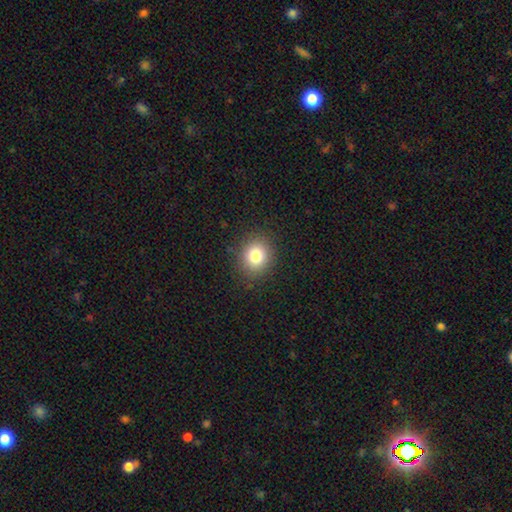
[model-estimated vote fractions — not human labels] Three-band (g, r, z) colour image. It shows a smooth galaxy with no disk features (80%) that is round (74%). Merging: none (88%).